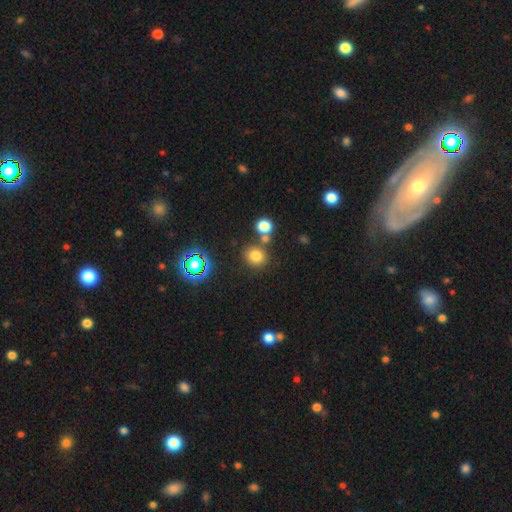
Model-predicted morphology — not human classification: Smooth or featured? Predicted: smooth (p=0.74). How rounded? Predicted: round (p=0.85). Merging? Predicted: none (p=0.71).